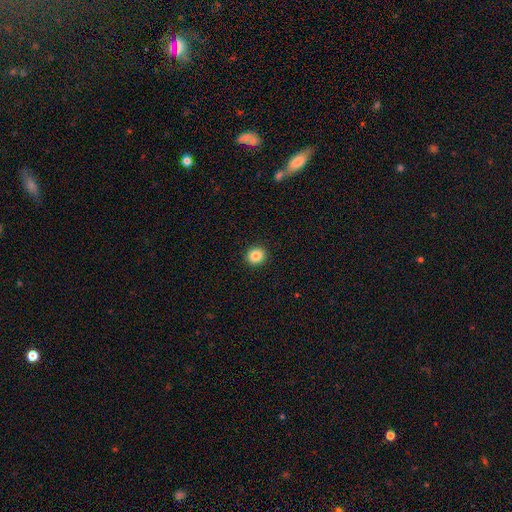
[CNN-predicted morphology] Q: Smooth or featured?
A: smooth (85%); runner-up: star or artifact (10%)
Q: How rounded?
A: round (87%); runner-up: in between (12%)
Q: Merging?
A: none (93%); runner-up: minor disturbance (5%)